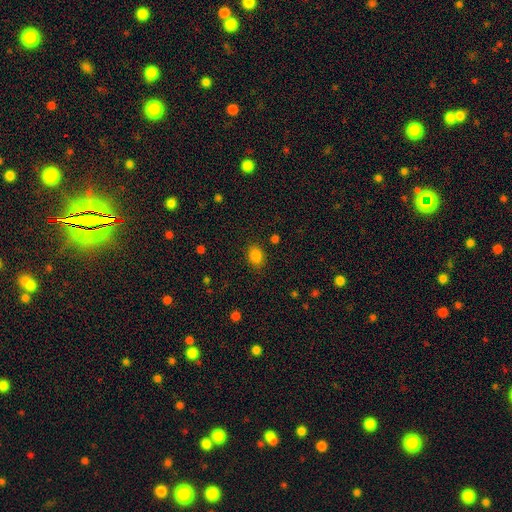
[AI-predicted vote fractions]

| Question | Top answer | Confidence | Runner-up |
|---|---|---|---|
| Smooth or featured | smooth | 84% | star or artifact (11%) |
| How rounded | in between | 62% | round (37%) |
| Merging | none | 85% | minor disturbance (10%) |